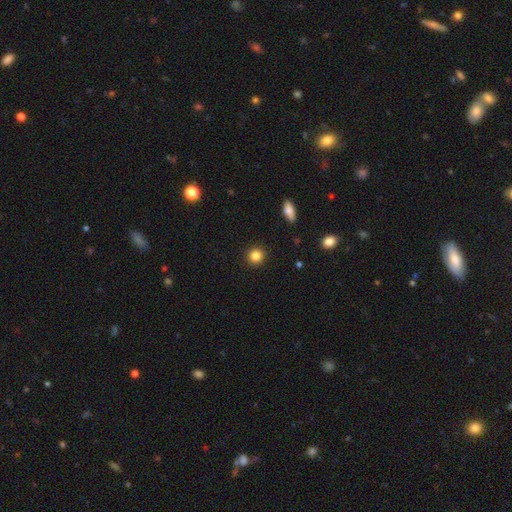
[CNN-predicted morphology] smooth_or_featured: smooth (p=0.85) [alt: star or artifact p=0.11]
how_rounded: round (p=0.92) [alt: in between p=0.07]
merging: none (p=0.92) [alt: minor disturbance p=0.05]